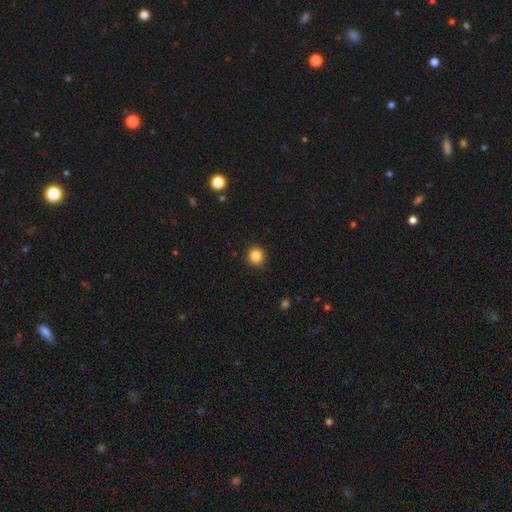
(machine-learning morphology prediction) The model was most divided on "smooth or featured": smooth: 86%, star or artifact: 11%, featured or disk: 4%. More confident: merging — none (91%); how rounded — round (91%).